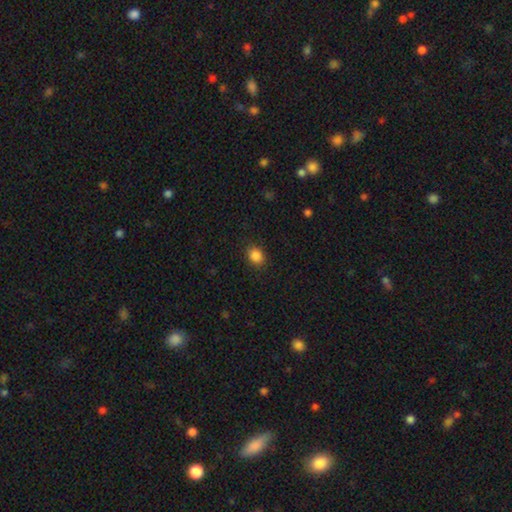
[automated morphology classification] Smooth or featured: smooth — 86% (star or artifact — 10%)
How rounded: round — 52% (in between — 47%)
Merging: none — 87% (minor disturbance — 9%)